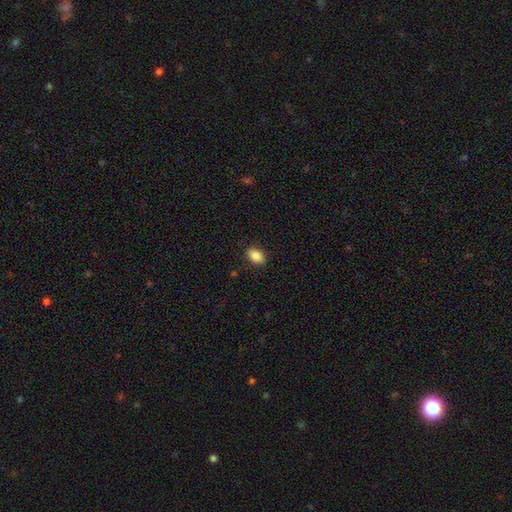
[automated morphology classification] Smooth or featured? smooth (87%)
How rounded? in between (85%)
Merging? none (88%)